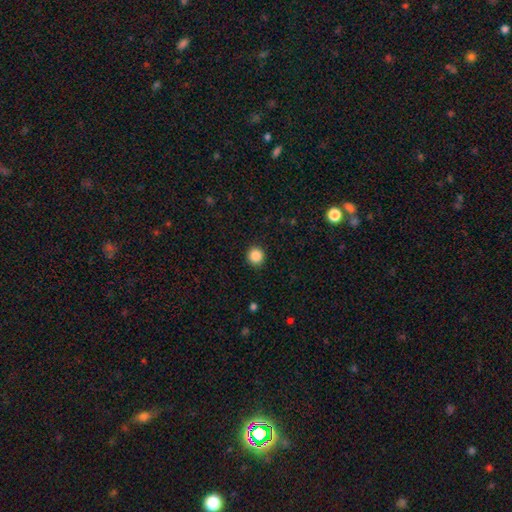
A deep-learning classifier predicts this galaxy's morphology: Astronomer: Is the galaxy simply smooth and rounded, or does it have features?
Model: smooth — 87%.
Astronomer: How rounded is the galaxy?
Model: round — 92%.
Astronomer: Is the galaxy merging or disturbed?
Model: none — 92%.